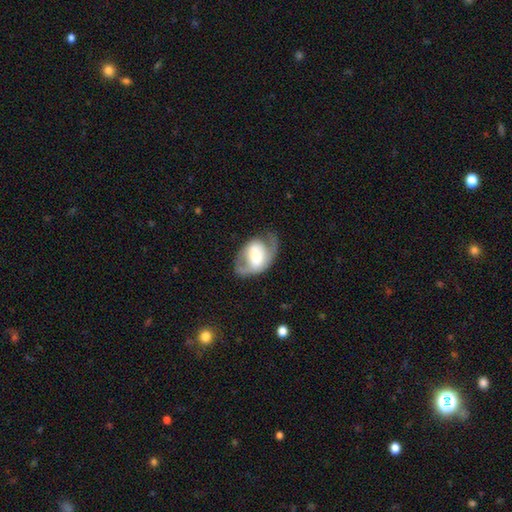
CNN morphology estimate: Smooth or featured?
  - featured or disk: 63% *
  - smooth: 31%
  - star or artifact: 6%
Edge-on disk?
  - no: 95% *
  - yes: 5%
Bar?
  - no: 36% *
  - weak: 35%
  - strong: 28%
Spiral arms?
  - yes: 69% *
  - no: 31%
Bulge size?
  - moderate: 34% * (tied)
  - large: 34% * (tied)
  - small: 20%
  - dominant: 7%
  - none: 4%
Merging?
  - none: 50% *
  - minor disturbance: 25%
  - major disturbance: 23%
  - merger: 2%